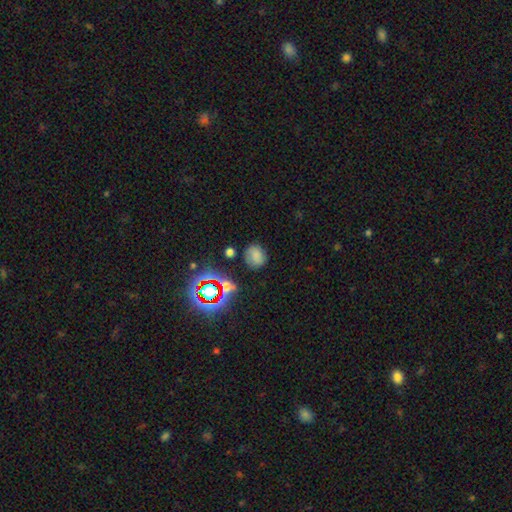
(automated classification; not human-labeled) smooth_or_featured: smooth (p=0.69) [alt: star or artifact p=0.19]
how_rounded: round (p=0.66) [alt: in between p=0.32]
merging: none (p=0.74) [alt: minor disturbance p=0.17]